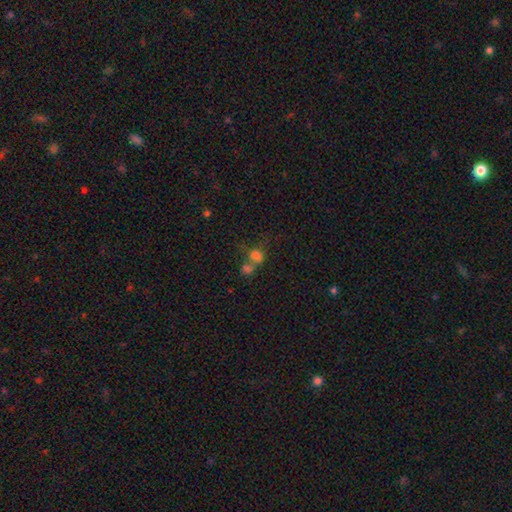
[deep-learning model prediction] Smooth or featured: smooth — 71% (star or artifact — 17%)
How rounded: round — 57% (in between — 42%)
Merging: merger — 58% (none — 27%)